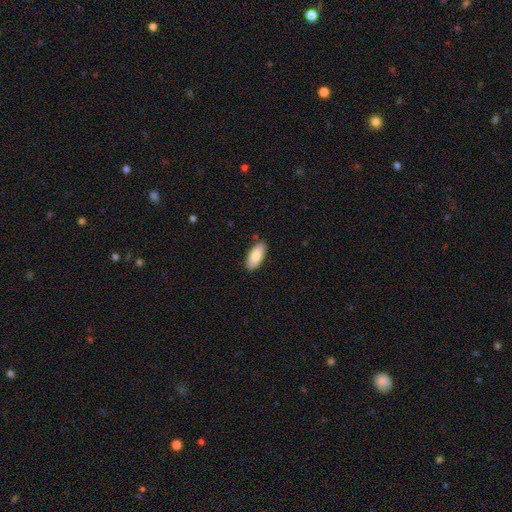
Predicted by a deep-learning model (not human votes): Morphology: type=smooth (83%); roundness=in between (89%); merging=none (86%).